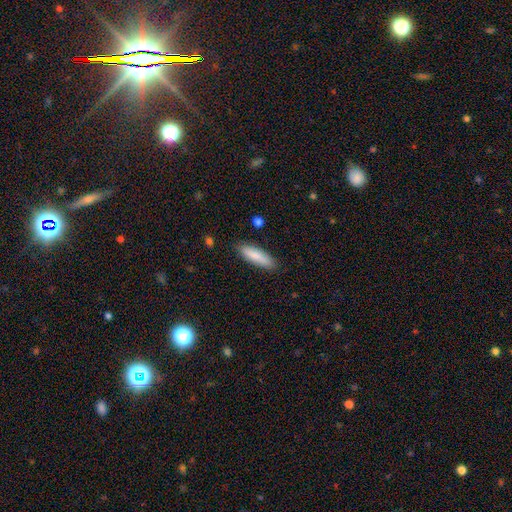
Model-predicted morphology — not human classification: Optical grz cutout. It shows a smooth galaxy with no disk features (84%) that is cigar-shaped (61%). Merging: none (86%).